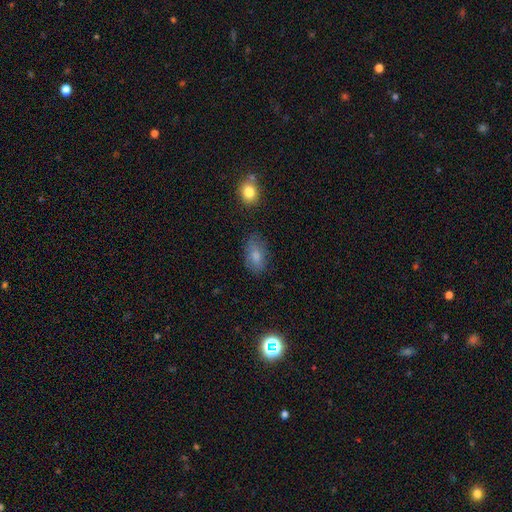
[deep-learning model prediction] Overall: smooth (78%). How rounded: in between (89%). Merging: none (67%).